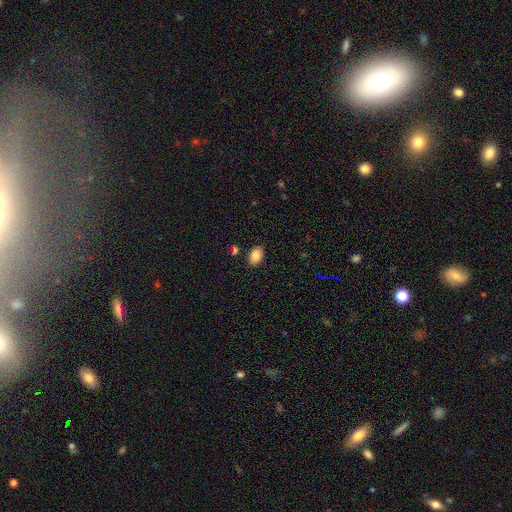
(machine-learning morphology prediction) smooth_or_featured: smooth (p=0.86) [alt: star or artifact p=0.08]
how_rounded: in between (p=0.85) [alt: round p=0.14]
merging: none (p=0.86) [alt: minor disturbance p=0.09]